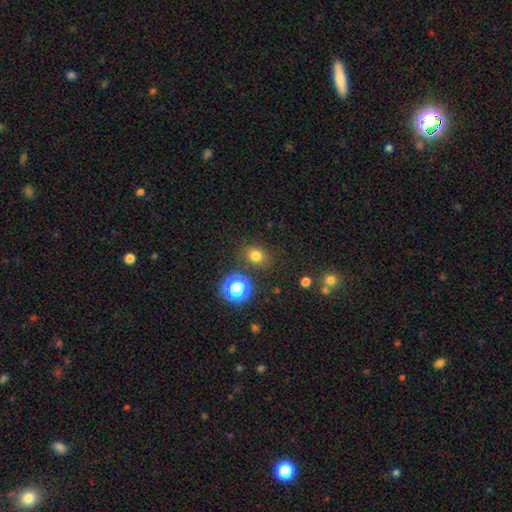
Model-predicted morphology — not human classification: Q: Smooth or featured?
A: smooth (75%); runner-up: star or artifact (18%)
Q: How rounded?
A: round (65%); runner-up: in between (34%)
Q: Merging?
A: none (83%); runner-up: minor disturbance (10%)